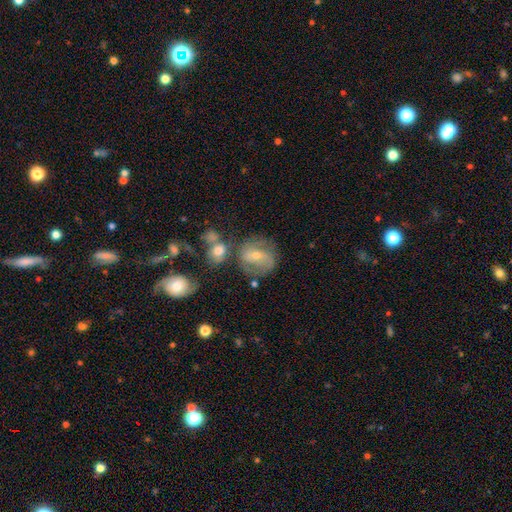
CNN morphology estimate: featured or disk 67%, smooth 23%, star or artifact 10%. Down the decision tree: edge-on disk — no (96%); bar — weak (43%); spiral arms — yes (84%); spiral arm count — 2 (62%); spiral winding — medium (43%); bulge size — small (52%); merging — none (62%).